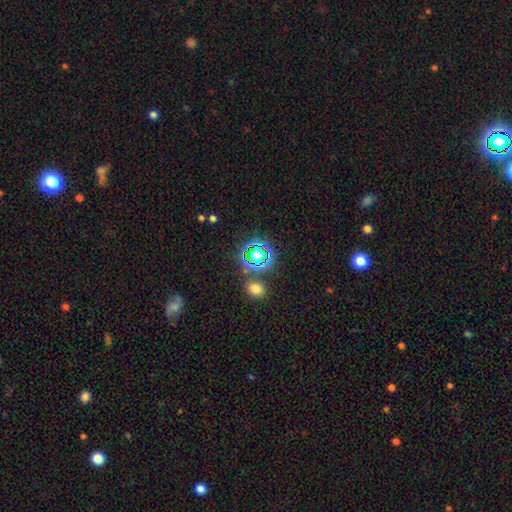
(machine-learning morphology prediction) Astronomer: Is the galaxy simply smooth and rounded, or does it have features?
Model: star or artifact — 60%.